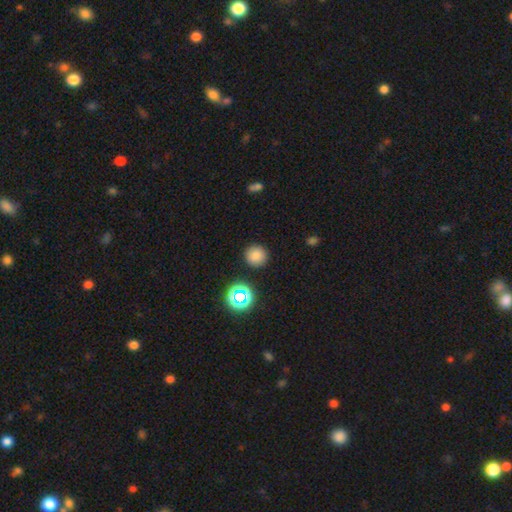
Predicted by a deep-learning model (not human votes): A smooth galaxy with no disk features (79%) that is round (93%). Merging: none (90%).